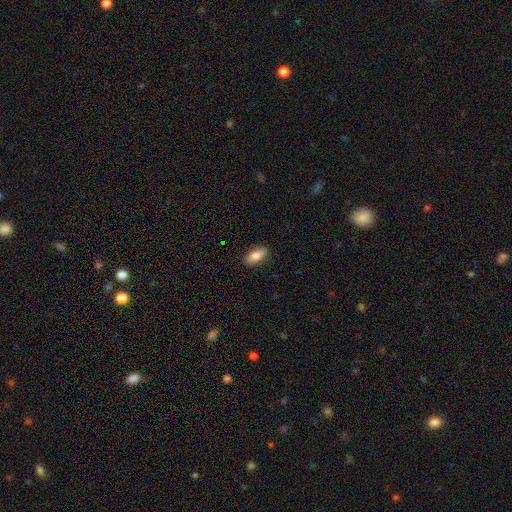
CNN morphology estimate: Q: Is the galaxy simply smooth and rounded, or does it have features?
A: smooth — 81%.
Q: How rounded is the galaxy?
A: in between — 86%.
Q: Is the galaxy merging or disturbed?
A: none — 88%.